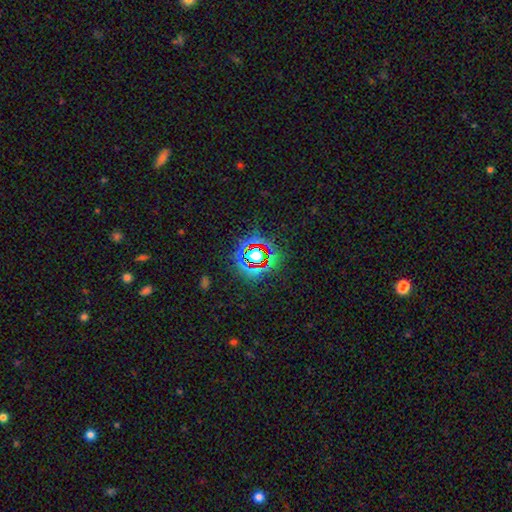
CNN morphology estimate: smooth-or-featured: star or artifact: 74% | smooth: 16% | featured or disk: 10%